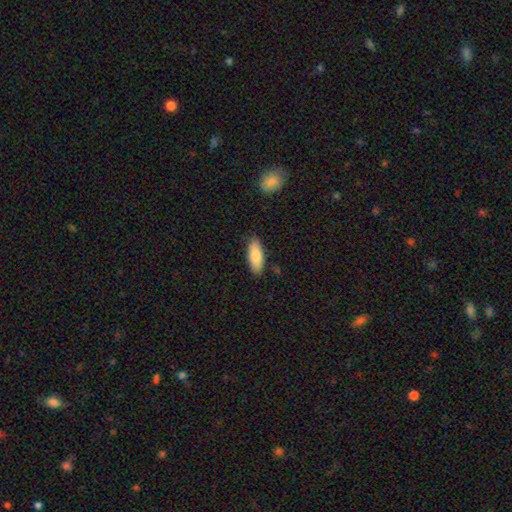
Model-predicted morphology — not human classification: This appears to be a smooth galaxy with no disk features (83%) that is in between round and cigar-shaped (74%). Merging: none (86%).